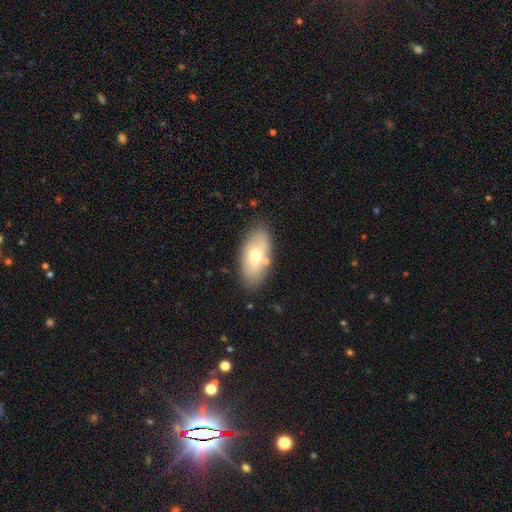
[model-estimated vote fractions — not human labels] The model was most divided on "smooth or featured": smooth: 64%, featured or disk: 28%, star or artifact: 7%. More confident: how rounded — in between (91%); merging — none (77%).